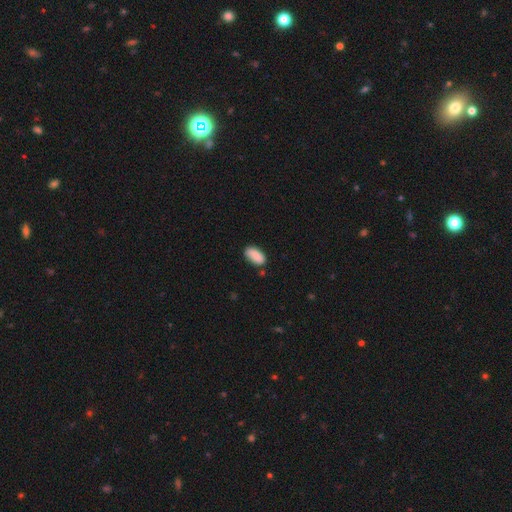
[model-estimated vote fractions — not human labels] Smooth or featured: smooth — 86% (featured or disk — 7%)
How rounded: in between — 93% (cigar-shaped — 4%)
Merging: none — 74% (minor disturbance — 19%)